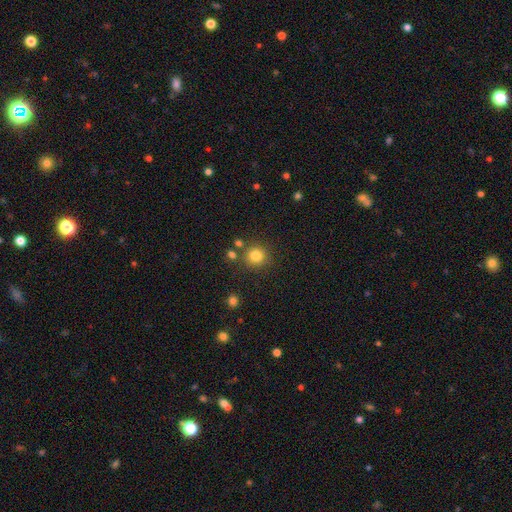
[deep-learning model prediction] The model was most divided on "smooth or featured": smooth: 82%, star or artifact: 12%, featured or disk: 5%. More confident: how rounded — round (92%); merging — none (80%).